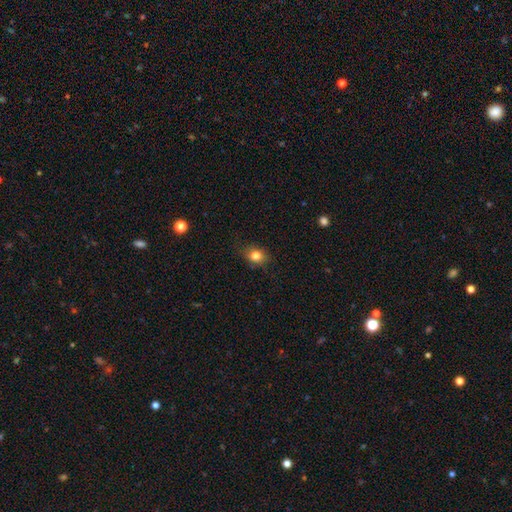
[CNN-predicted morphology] smooth_or_featured: smooth (p=0.81) [alt: star or artifact p=0.11]
how_rounded: in between (p=0.52) [alt: round p=0.47]
merging: none (p=0.80) [alt: minor disturbance p=0.15]